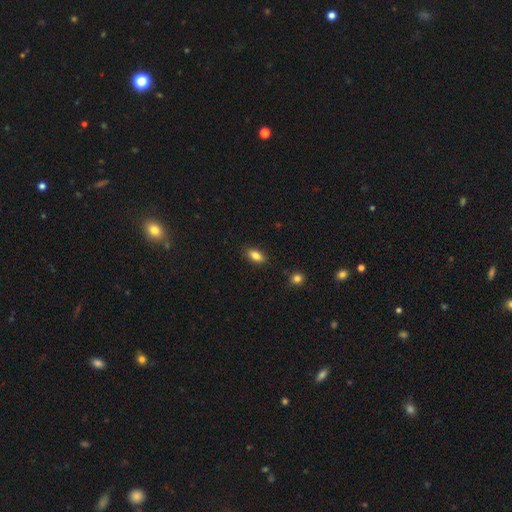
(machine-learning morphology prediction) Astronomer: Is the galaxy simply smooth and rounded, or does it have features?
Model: smooth — 82%.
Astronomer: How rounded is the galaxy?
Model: in between — 87%.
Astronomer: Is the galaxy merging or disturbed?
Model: none — 86%.